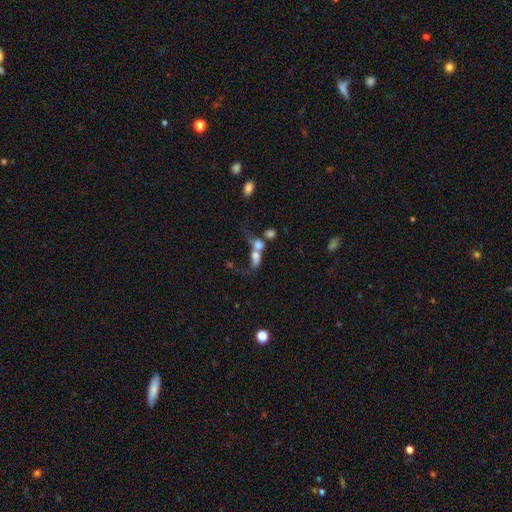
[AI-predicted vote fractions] Smooth or featured? smooth (62%)
How rounded? in between (66%)
Merging? merger (69%)